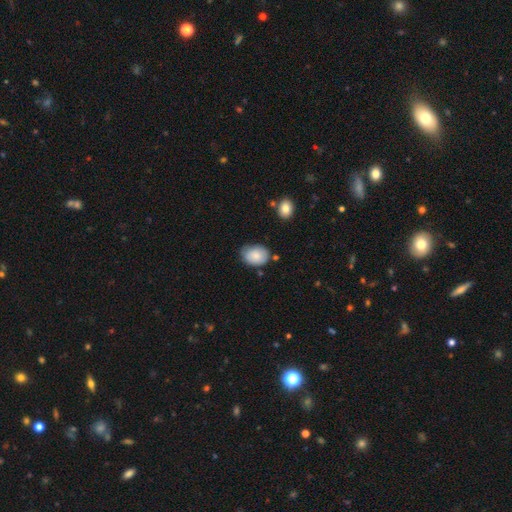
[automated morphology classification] This is clearly a smooth galaxy (82%). How rounded: likely in between (66%). Merging: likely none (69%).